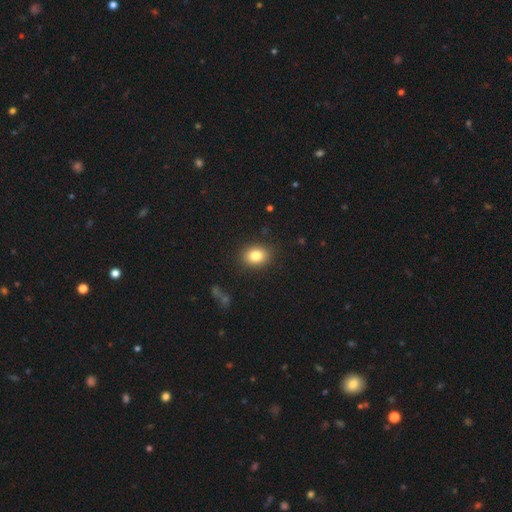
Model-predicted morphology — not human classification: smooth_or_featured: smooth (p=0.82) [alt: star or artifact p=0.10]
how_rounded: in between (p=0.51) [alt: round p=0.48]
merging: none (p=0.88) [alt: minor disturbance p=0.08]